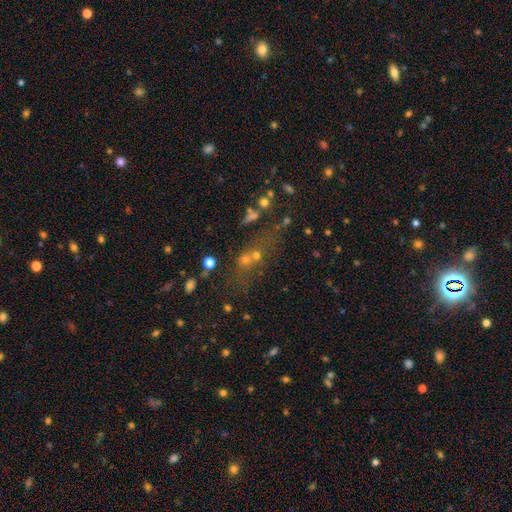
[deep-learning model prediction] The model was most divided on "merging" (2-way tie): none: 40%, merger: 40%, minor disturbance: 10%, major disturbance: 10%. Remaining: smooth or featured — smooth (40%).